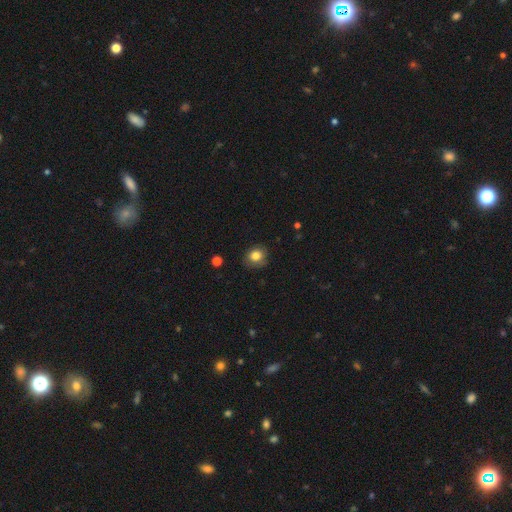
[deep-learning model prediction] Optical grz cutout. It shows a smooth galaxy with no disk features (82%) that is round (73%). Merging: none (79%).